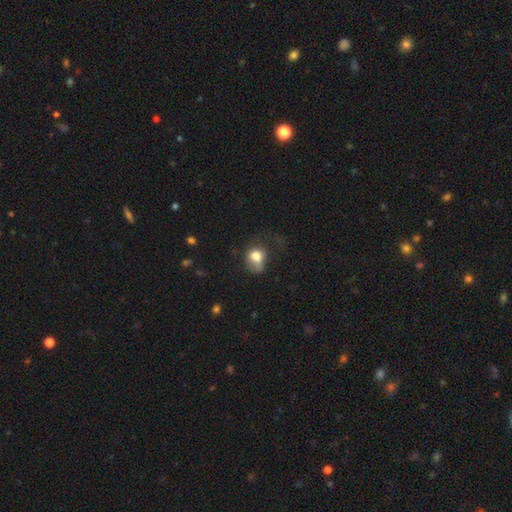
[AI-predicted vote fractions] Q: Smooth or featured?
A: smooth (75%); runner-up: featured or disk (15%)
Q: How rounded?
A: in between (53%); runner-up: round (46%)
Q: Merging?
A: major disturbance (39%); runner-up: minor disturbance (26%)